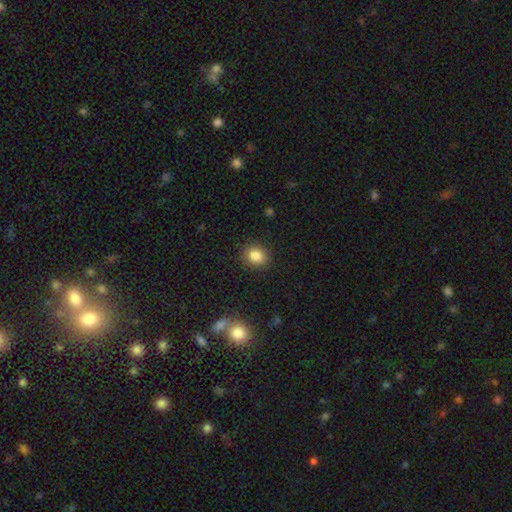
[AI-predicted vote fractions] Q: Smooth or featured?
A: smooth (85%); runner-up: star or artifact (10%)
Q: How rounded?
A: round (61%); runner-up: in between (38%)
Q: Merging?
A: none (88%); runner-up: minor disturbance (8%)